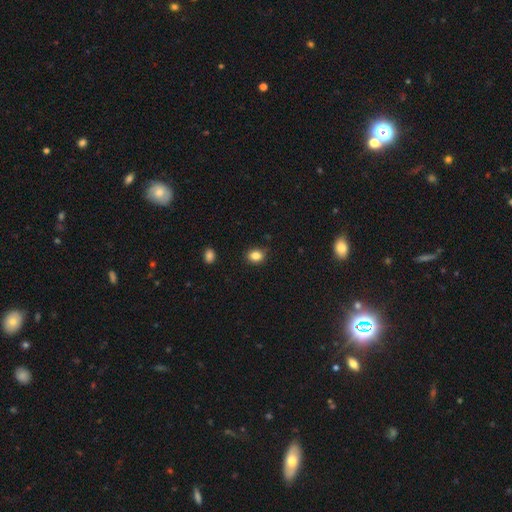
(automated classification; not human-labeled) Overall: smooth (85%). How rounded: in between (55%; round 44%). Merging: none (84%).